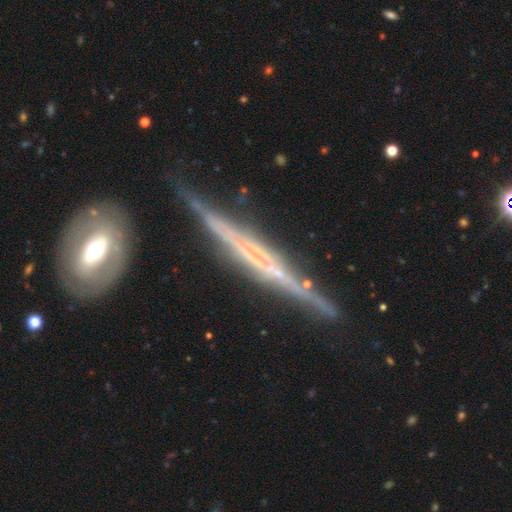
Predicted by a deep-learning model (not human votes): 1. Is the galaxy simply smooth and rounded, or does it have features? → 80% featured or disk, 13% smooth, 7% star or artifact.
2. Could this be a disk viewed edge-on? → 94% yes, 6% no.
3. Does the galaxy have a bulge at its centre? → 66% none, 17% rounded, 16% boxy.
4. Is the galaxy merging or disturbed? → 72% none, 19% minor disturbance, 5% major disturbance, 4% merger.